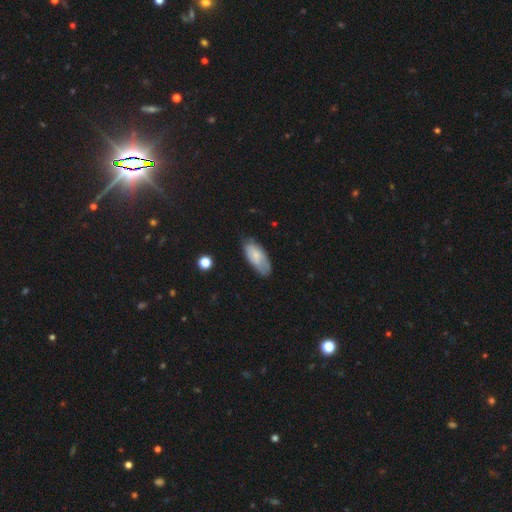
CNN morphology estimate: The model was most divided on "merging": none: 62%, minor disturbance: 28%, major disturbance: 8%, merger: 2%. More confident: how rounded — in between (87%); smooth or featured — smooth (69%).